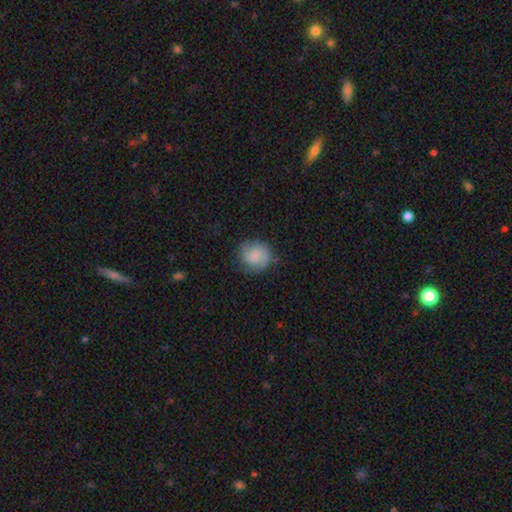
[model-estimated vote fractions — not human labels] Smooth or featured? smooth (62%)
How rounded? round (84%)
Merging? none (72%)